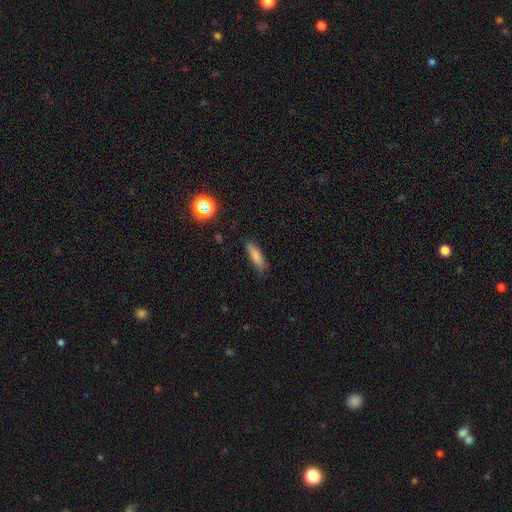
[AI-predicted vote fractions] Overall: smooth (80%). How rounded: cigar-shaped (59%; in between 38%). Merging: none (78%).